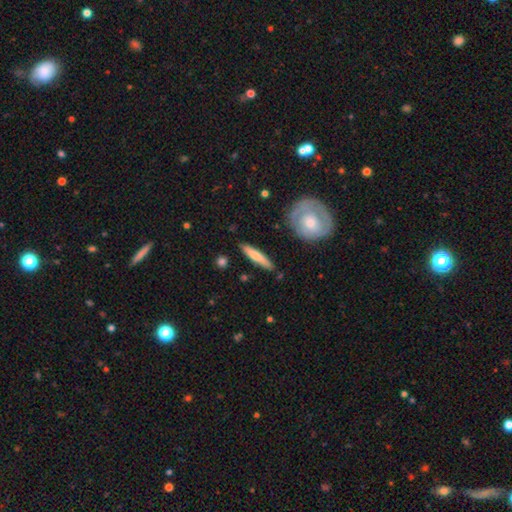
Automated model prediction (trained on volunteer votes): Overall: smooth (64%; featured or disk 31%). How rounded: cigar-shaped (88%). Merging: none (86%).